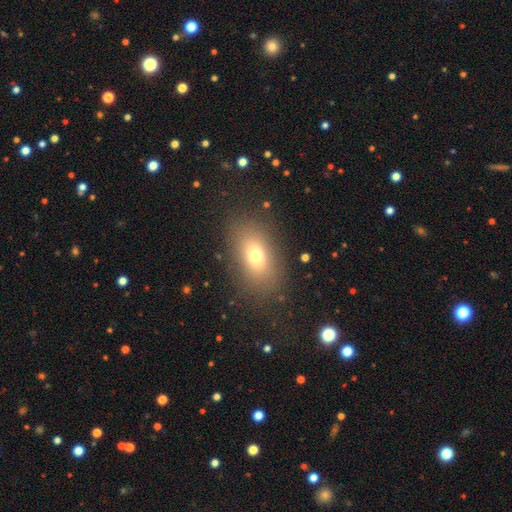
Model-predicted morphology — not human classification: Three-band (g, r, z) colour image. It shows a smooth galaxy with no disk features (71%) that is in between round and cigar-shaped (82%). Merging: none (83%).